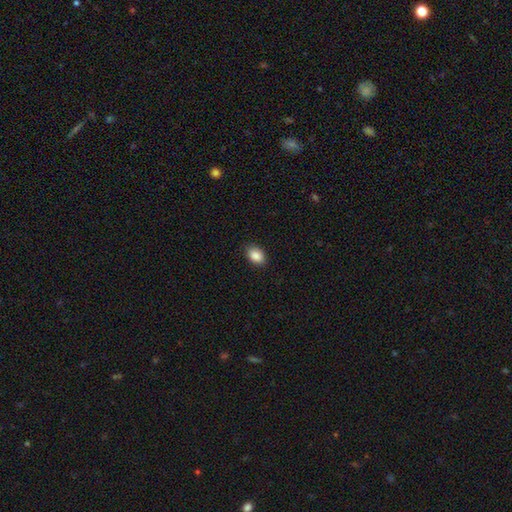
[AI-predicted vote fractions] Smooth or featured? Predicted: smooth (p=0.89). How rounded? Predicted: in between (p=0.79). Merging? Predicted: none (p=0.87).